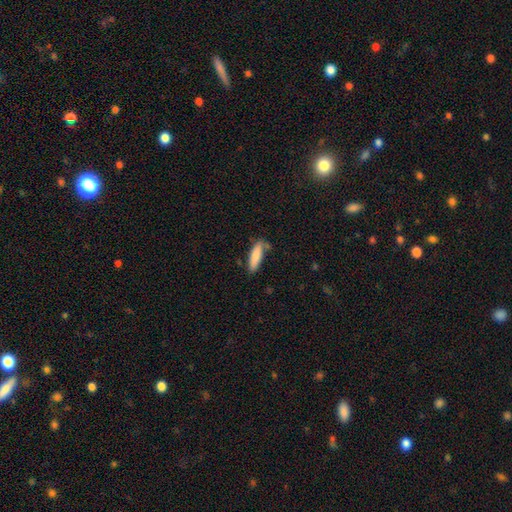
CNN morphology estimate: smooth-or-featured: smooth: 83% | featured or disk: 11% | star or artifact: 6%
  how-rounded: cigar-shaped: 63% | in between: 36% | round: 2%
  merging: none: 69% | minor disturbance: 21% | merger: 6% | major disturbance: 5%